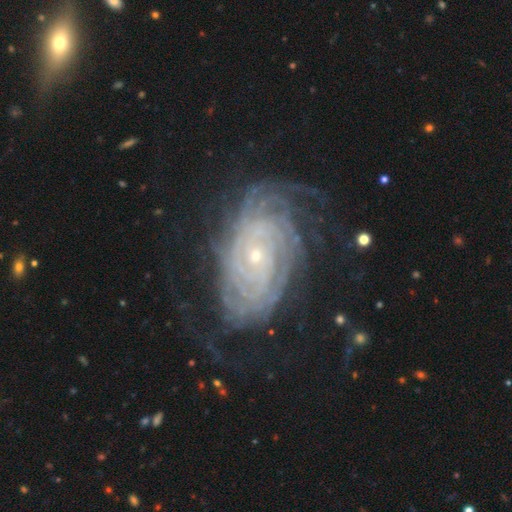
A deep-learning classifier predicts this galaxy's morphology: The model was most divided on "spiral arm count": can't tell: 28%, more than 4: 27%, 4: 17%, 2: 10%, 3: 10%, 1: 7%. More confident: spiral arms — yes (97%); edge-on disk — no (96%); smooth or featured — featured or disk (88%); spiral winding — tight (83%); bulge size — small (79%); bar — no (75%); merging — none (72%).